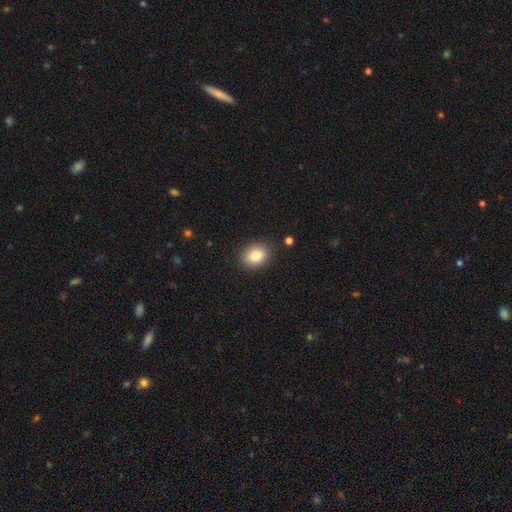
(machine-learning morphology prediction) Q: Smooth or featured?
A: smooth (83%); runner-up: star or artifact (9%)
Q: How rounded?
A: in between (60%); runner-up: round (39%)
Q: Merging?
A: none (87%); runner-up: minor disturbance (9%)